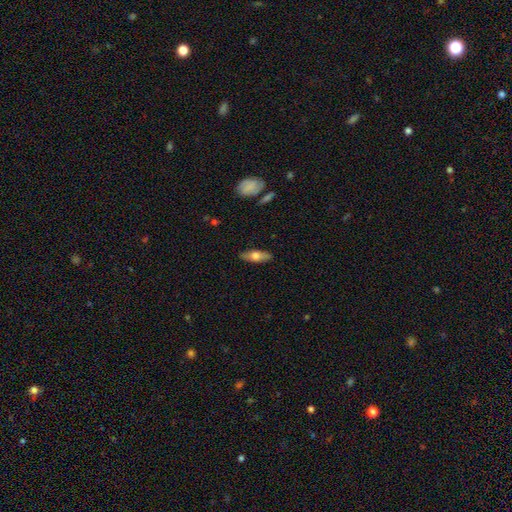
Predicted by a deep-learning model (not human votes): Overall: smooth (57%; featured or disk 37%). How rounded: in between (57%; cigar-shaped 40%). Merging: none (86%).